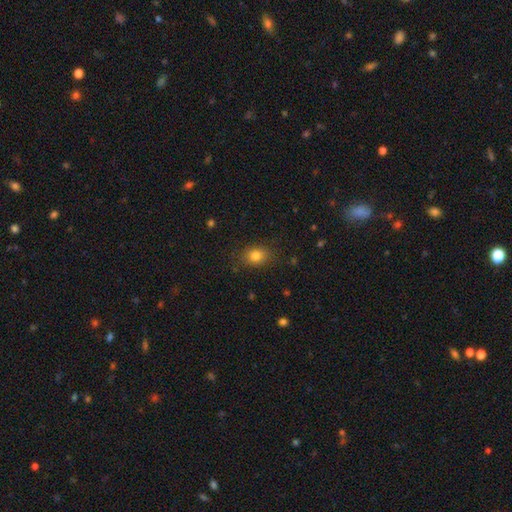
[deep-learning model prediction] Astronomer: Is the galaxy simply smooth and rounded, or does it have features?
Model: smooth — 81%.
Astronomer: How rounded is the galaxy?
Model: in between — 57% (runner-up: round, 41%).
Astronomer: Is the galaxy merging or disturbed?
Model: none — 83%.